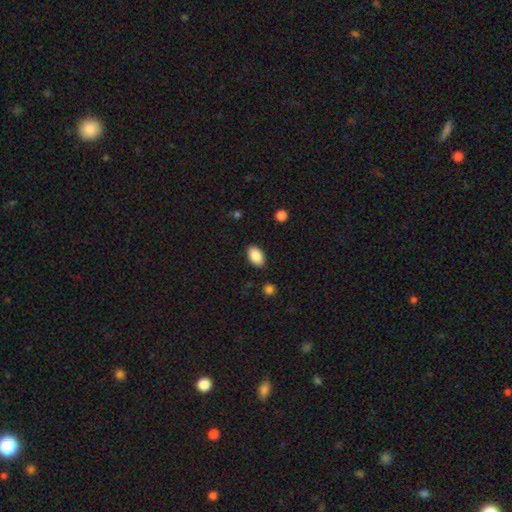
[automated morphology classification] smooth-or-featured: smooth: 88% | star or artifact: 7% | featured or disk: 5%
  how-rounded: in between: 93% | round: 5% | cigar-shaped: 2%
  merging: none: 87% | minor disturbance: 9% | major disturbance: 2% | merger: 1%